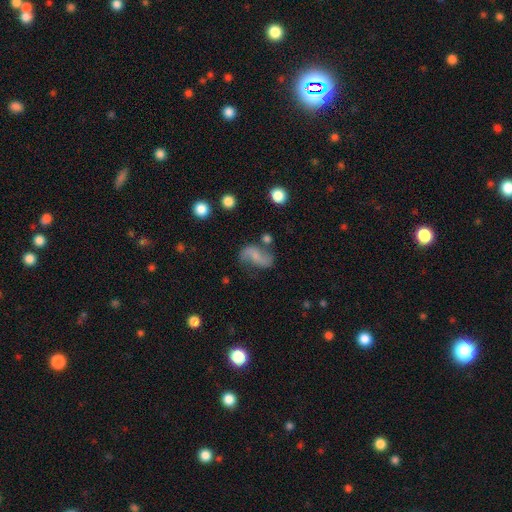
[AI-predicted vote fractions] smooth_or_featured: featured or disk (p=0.69) [alt: smooth p=0.22]
disk_edge_on: no (p=0.97) [alt: yes p=0.03]
bar: no (p=0.46) [alt: weak p=0.39]
has_spiral_arms: yes (p=0.91) [alt: no p=0.09]
spiral_winding: loose (p=0.77) [alt: medium p=0.18]
spiral_arm_count: 2 (p=0.91) [alt: can't tell p=0.03]
bulge_size: small (p=0.40) [alt: none p=0.35]
merging: none (p=0.59) [alt: minor disturbance p=0.21]